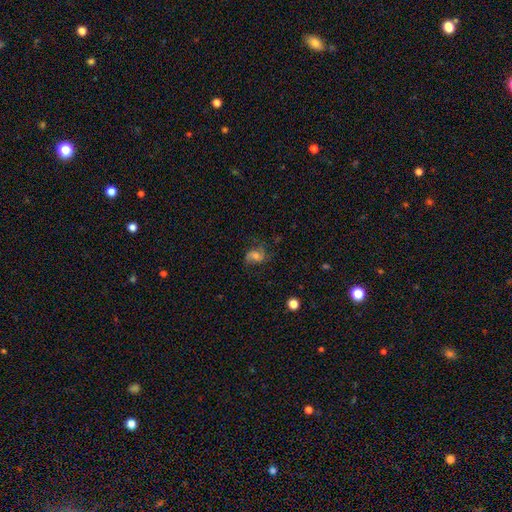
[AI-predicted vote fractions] Q: Smooth or featured?
A: featured or disk (46%); runner-up: smooth (41%)
Q: Merging?
A: none (61%); runner-up: minor disturbance (22%)